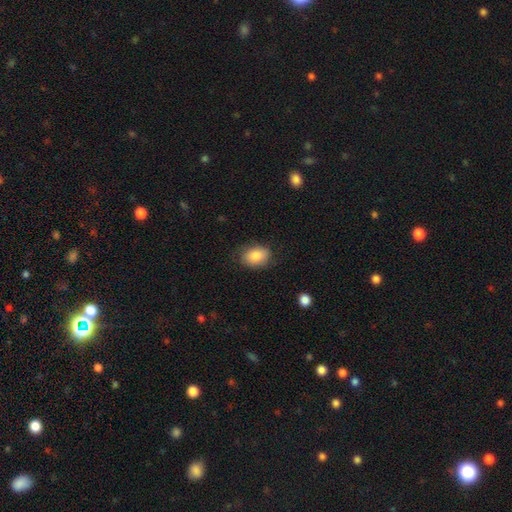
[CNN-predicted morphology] A smooth galaxy with no disk features (86%) that is in between round and cigar-shaped (79%).

Vote fractions:
- Smooth or featured? smooth: 86% / featured or disk: 8% / star or artifact: 7%
- How rounded? in between: 79% / round: 20% / cigar-shaped: 1%
- Merging? none: 78% / minor disturbance: 17% / major disturbance: 4% / merger: 1%